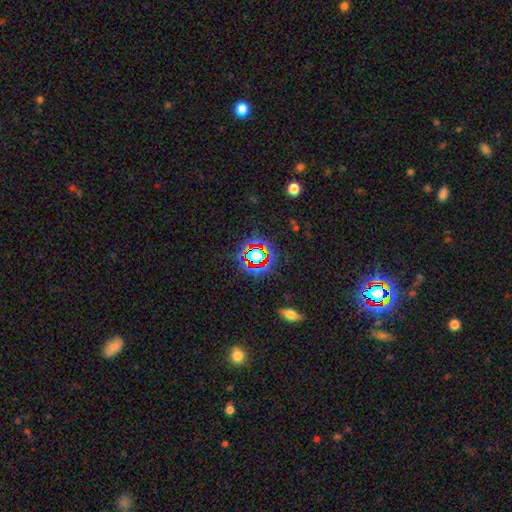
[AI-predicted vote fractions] Morphology: type=star or artifact (66%).